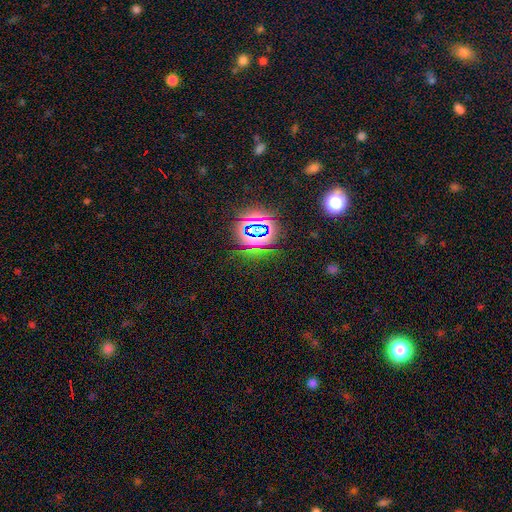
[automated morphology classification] Smooth or featured: star or artifact — 80% (smooth — 13%)